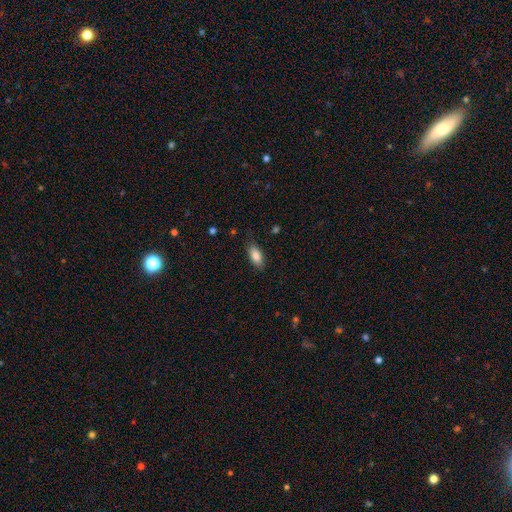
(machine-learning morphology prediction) The model was most divided on "merging": none: 82%, minor disturbance: 14%, major disturbance: 3%, merger: 1%. More confident: how rounded — in between (88%); smooth or featured — smooth (86%).